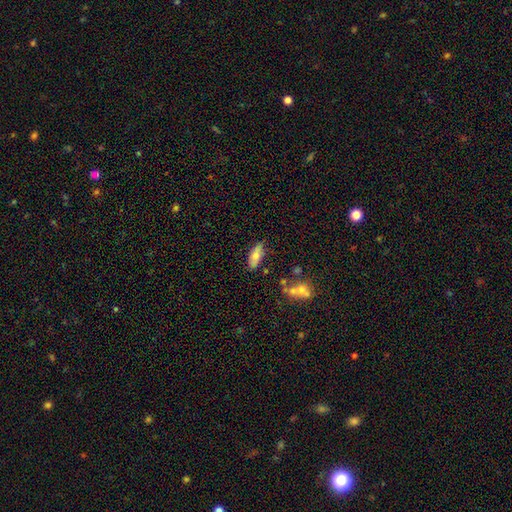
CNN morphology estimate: Smooth or featured?
  - smooth: 72% *
  - featured or disk: 21%
  - star or artifact: 7%
How rounded?
  - in between: 70% *
  - cigar-shaped: 27%
  - round: 3%
Merging?
  - none: 75% *
  - minor disturbance: 17%
  - merger: 4%
  - major disturbance: 4%